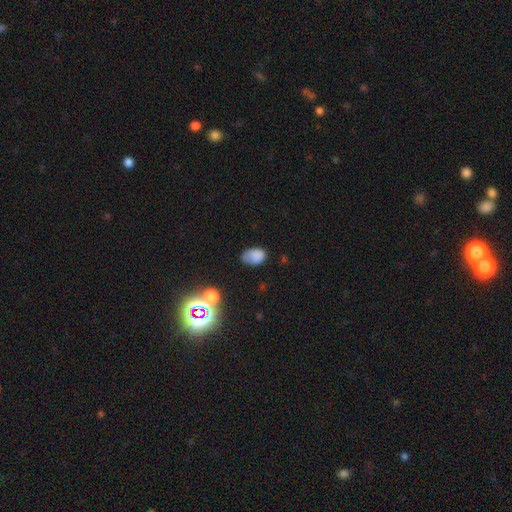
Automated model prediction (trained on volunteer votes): This appears to be a smooth galaxy with no disk features (78%) that is in between round and cigar-shaped (85%). Merging: none (55%).